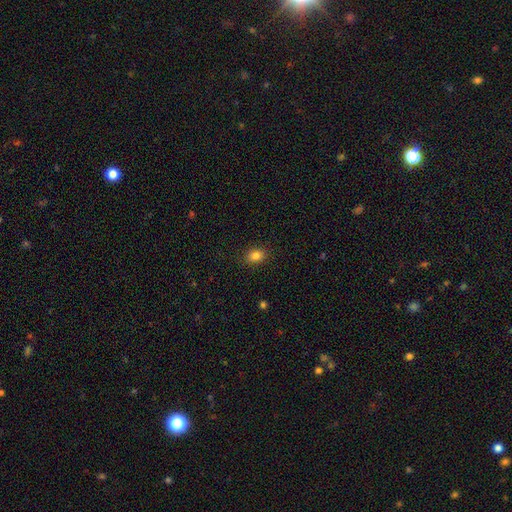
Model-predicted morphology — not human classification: A smooth galaxy with no disk features (84%) that is in between round and cigar-shaped (67%). Merging: none (88%).